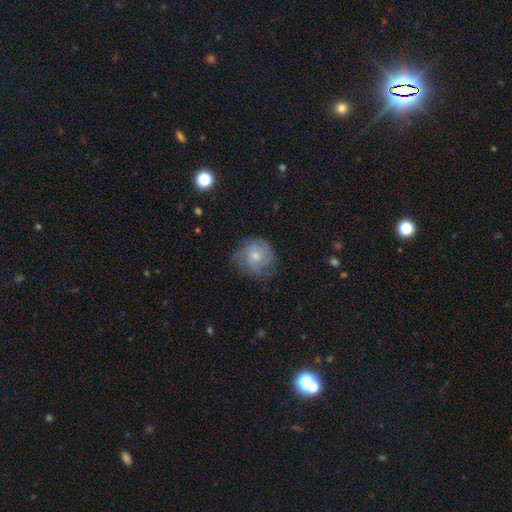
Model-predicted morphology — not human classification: smooth-or-featured: featured or disk: 49% | smooth: 43% | star or artifact: 9%
  merging: none: 67% | minor disturbance: 22% | major disturbance: 10% | merger: 1%